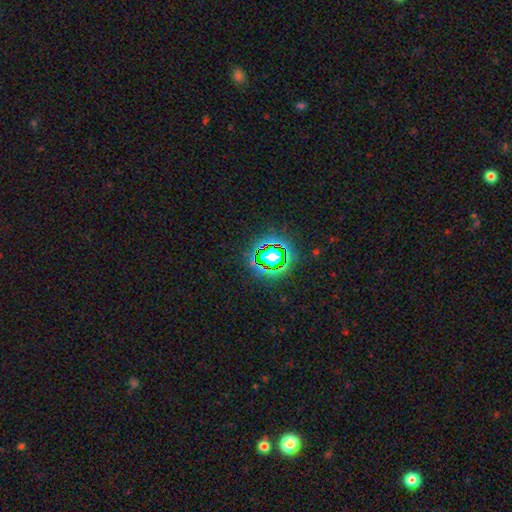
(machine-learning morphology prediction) type=star or artifact (78%).